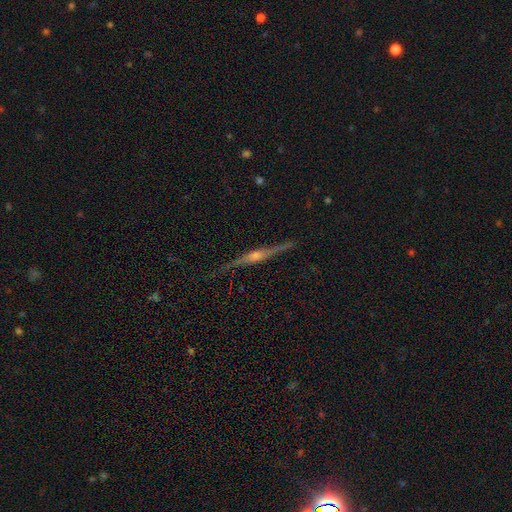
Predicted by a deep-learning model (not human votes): Smooth or featured? Predicted: featured or disk (p=0.79). Edge-on disk? Predicted: yes (p=0.98). Edge-on bulge? Predicted: rounded (p=0.76). Merging? Predicted: none (p=0.87).